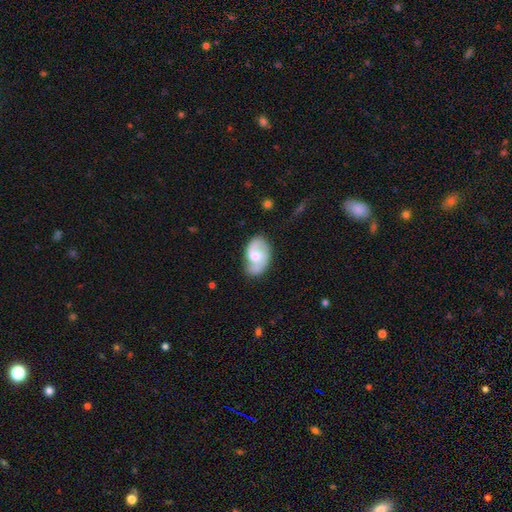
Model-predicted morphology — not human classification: Smooth or featured: featured or disk — 70% (smooth — 24%)
Edge-on disk: no — 97% (yes — 3%)
Bar: no — 46% (weak — 45%)
Spiral arms: yes — 90% (no — 10%)
Spiral winding: medium — 48% (loose — 34%)
Spiral arm count: 2 — 85% (can't tell — 7%)
Bulge size: moderate — 58% (small — 26%)
Merging: none — 66% (minor disturbance — 22%)